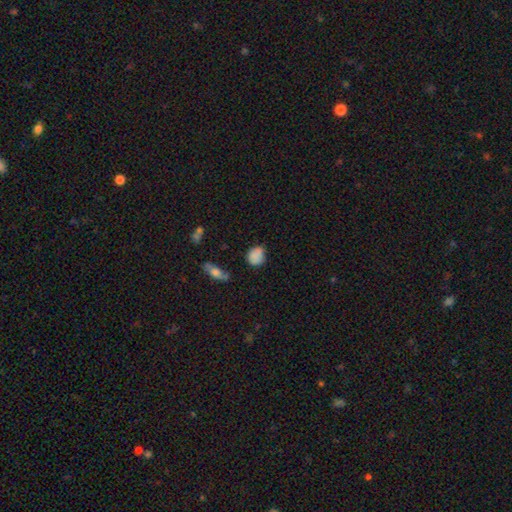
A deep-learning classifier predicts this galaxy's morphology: Smooth or featured: smooth — 82% (star or artifact — 10%)
How rounded: round — 61% (in between — 37%)
Merging: none — 68% (minor disturbance — 23%)